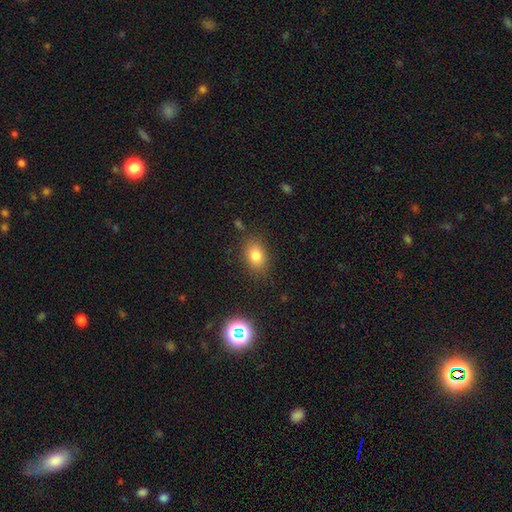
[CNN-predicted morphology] Overall: smooth (79%). How rounded: in between (77%). Merging: none (83%).